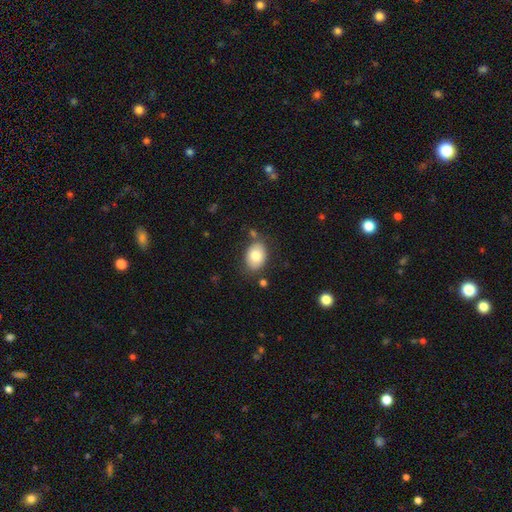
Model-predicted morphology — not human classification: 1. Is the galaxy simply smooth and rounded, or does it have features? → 80% smooth, 13% featured or disk, 7% star or artifact.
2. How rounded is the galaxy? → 78% in between, 21% round, 1% cigar-shaped.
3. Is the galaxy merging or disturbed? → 77% none, 15% minor disturbance, 5% merger, 4% major disturbance.